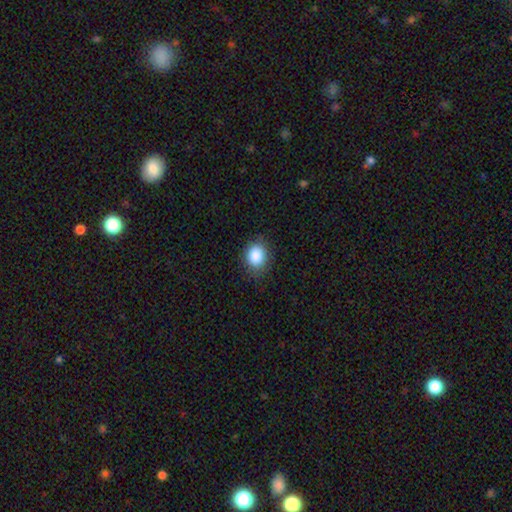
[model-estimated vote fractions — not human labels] Smooth or featured? Predicted: smooth (p=0.87). How rounded? Predicted: round (p=0.53). Merging? Predicted: none (p=0.83).